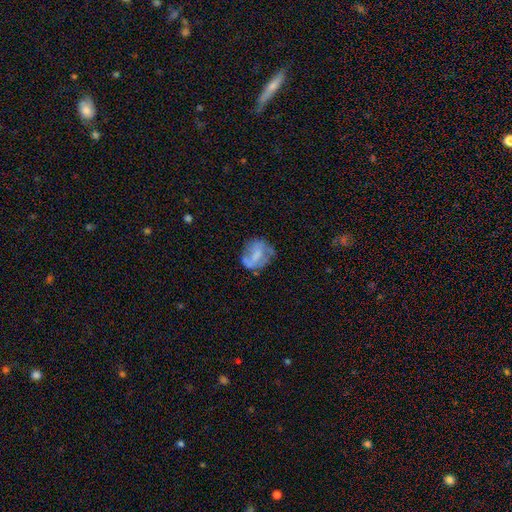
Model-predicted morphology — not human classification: Smooth or featured? featured or disk (48%)
Merging? none (48%)